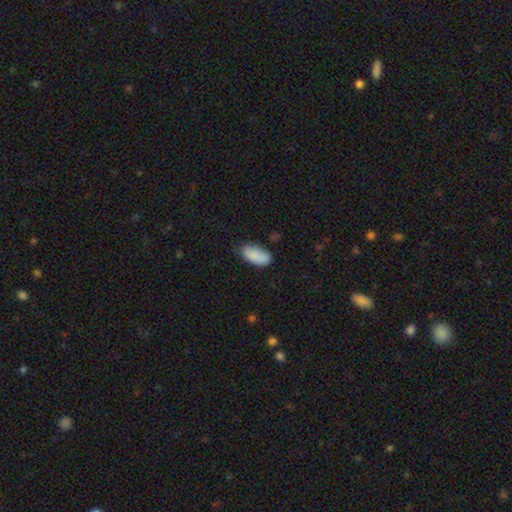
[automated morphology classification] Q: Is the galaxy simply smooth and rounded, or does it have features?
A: smooth — 87%.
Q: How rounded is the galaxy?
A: in between — 92%.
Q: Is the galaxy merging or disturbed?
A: none — 61%.